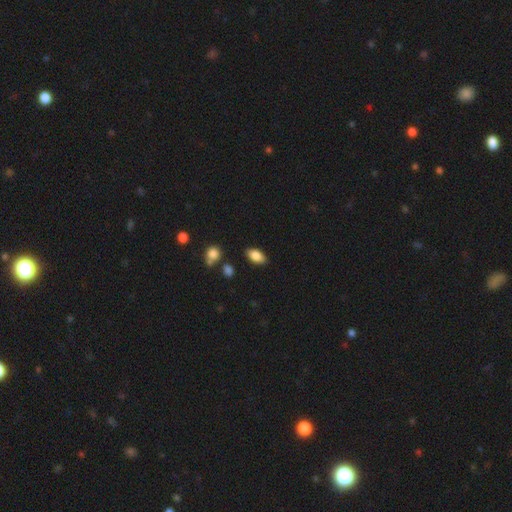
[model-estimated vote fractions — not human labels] Smooth or featured? smooth (85%)
How rounded? in between (91%)
Merging? none (85%)